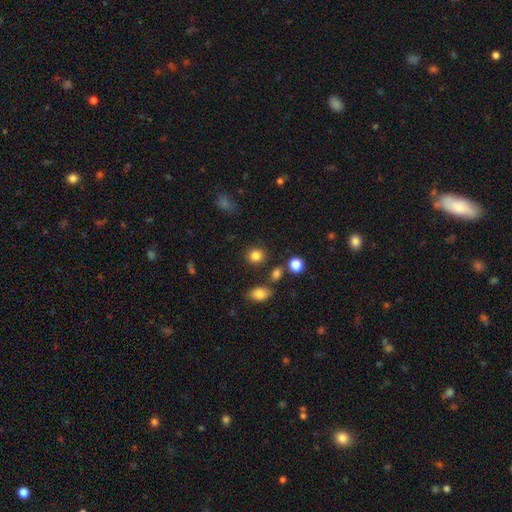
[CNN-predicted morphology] A smooth galaxy with no disk features (84%) that is round (80%). Merging: none (83%).